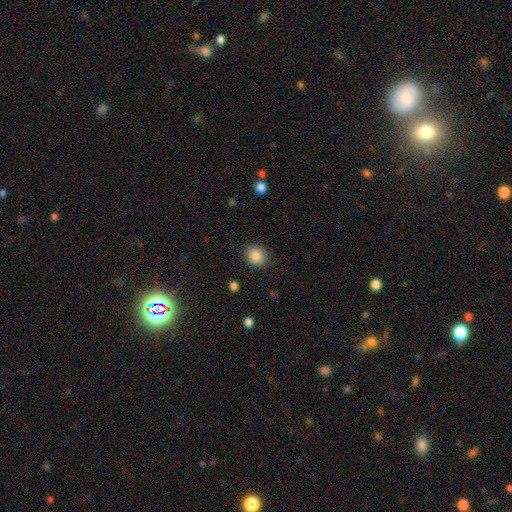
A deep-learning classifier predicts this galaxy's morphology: Smooth or featured?
  - smooth: 87% *
  - star or artifact: 9%
  - featured or disk: 4%
How rounded?
  - round: 77% *
  - in between: 23%
  - cigar-shaped: 1%
Merging?
  - none: 88% *
  - minor disturbance: 9%
  - major disturbance: 3%
  - merger: 1%